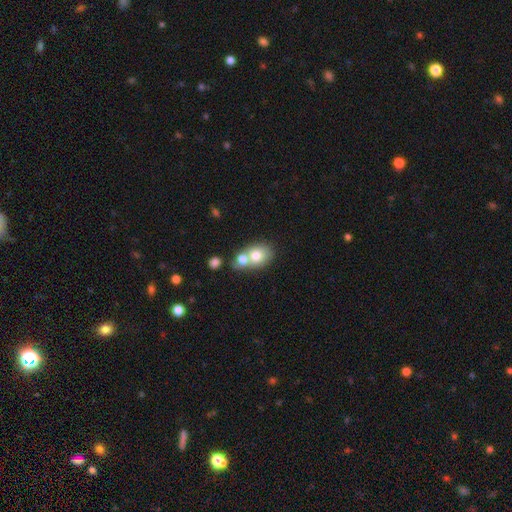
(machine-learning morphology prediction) Smooth or featured? Predicted: smooth (p=0.73). How rounded? Predicted: in between (p=0.59). Merging? Predicted: merger (p=0.53).